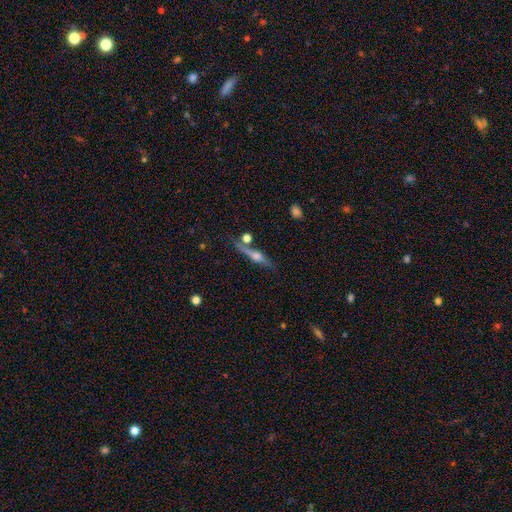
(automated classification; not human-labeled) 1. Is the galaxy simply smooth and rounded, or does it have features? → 68% featured or disk, 23% smooth, 9% star or artifact.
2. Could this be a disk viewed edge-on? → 95% yes, 5% no.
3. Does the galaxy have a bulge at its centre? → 88% rounded, 7% boxy, 6% none.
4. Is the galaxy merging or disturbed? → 72% none, 13% minor disturbance, 10% merger, 5% major disturbance.